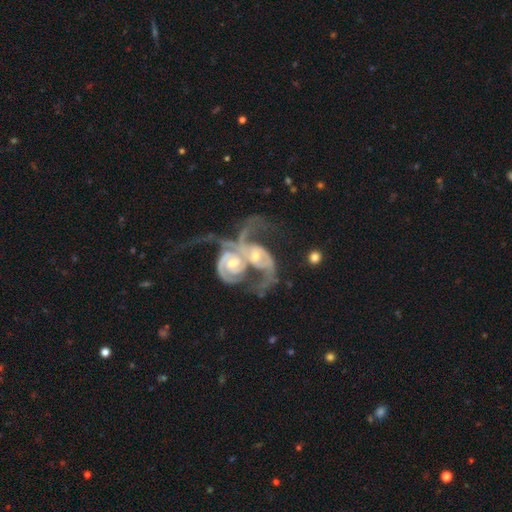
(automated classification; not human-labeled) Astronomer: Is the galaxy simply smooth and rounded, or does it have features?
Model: featured or disk — 89%.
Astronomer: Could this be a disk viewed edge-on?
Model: no — 97%.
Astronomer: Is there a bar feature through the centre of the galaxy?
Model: no — 59%.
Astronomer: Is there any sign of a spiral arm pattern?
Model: yes — 96%.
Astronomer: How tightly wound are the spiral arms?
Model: medium — 41% (runner-up: loose, 31%).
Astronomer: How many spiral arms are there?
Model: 2 — 80%.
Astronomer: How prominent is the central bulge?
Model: moderate — 56% (runner-up: small, 36%).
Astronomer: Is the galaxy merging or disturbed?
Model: merger — 80%.